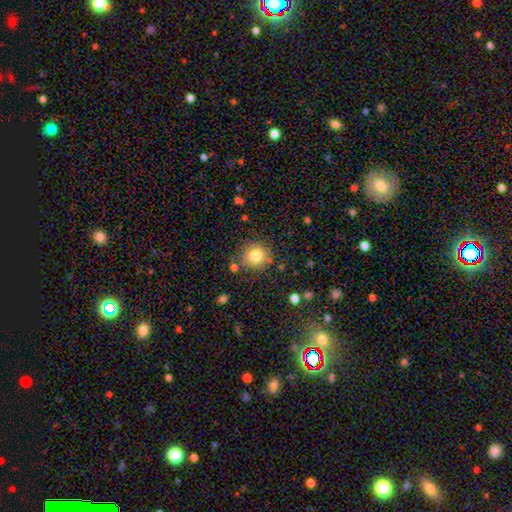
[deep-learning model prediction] Smooth or featured: smooth — 80% (star or artifact — 11%)
How rounded: round — 91% (in between — 8%)
Merging: none — 79% (minor disturbance — 11%)